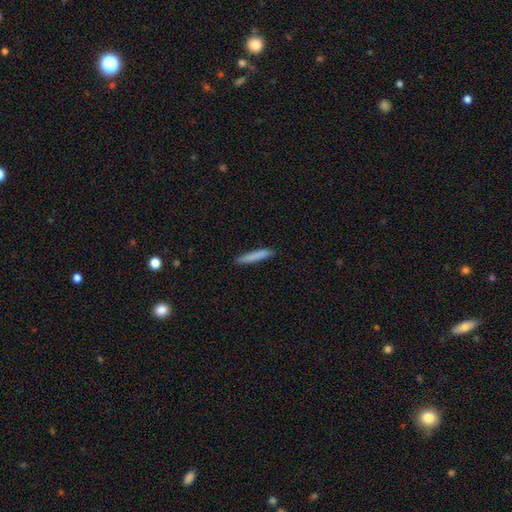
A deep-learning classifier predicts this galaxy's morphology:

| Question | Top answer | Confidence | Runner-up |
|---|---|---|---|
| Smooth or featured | smooth | 82% | featured or disk (12%) |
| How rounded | cigar-shaped | 93% | in between (6%) |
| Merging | none | 89% | minor disturbance (8%) |